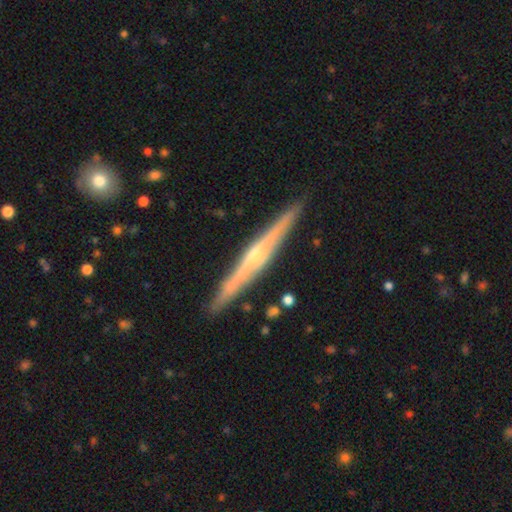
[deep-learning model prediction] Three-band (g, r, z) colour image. It shows a featured or disk galaxy (79%) viewed edge-on (98%) with a rounded central bulge (73%). Merging: none (91%).